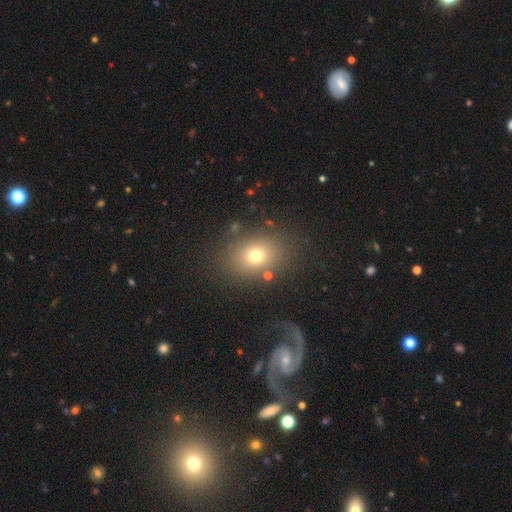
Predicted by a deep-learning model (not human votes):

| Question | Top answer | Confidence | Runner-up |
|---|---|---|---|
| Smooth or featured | smooth | 71% | star or artifact (16%) |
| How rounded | in between | 54% | round (44%) |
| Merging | none | 80% | minor disturbance (11%) |